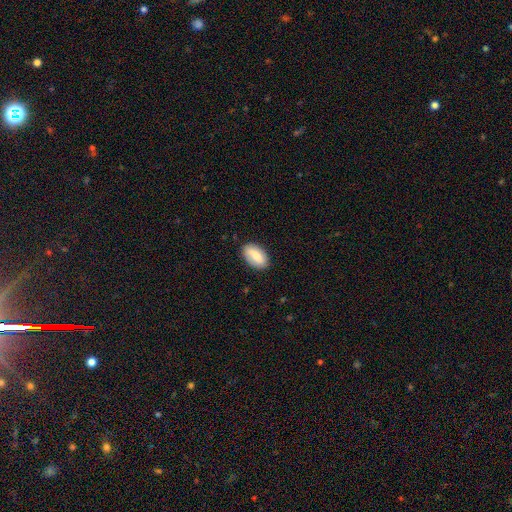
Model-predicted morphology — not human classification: Smooth or featured: smooth — 75% (featured or disk — 18%)
How rounded: in between — 93% (round — 5%)
Merging: none — 85% (minor disturbance — 11%)